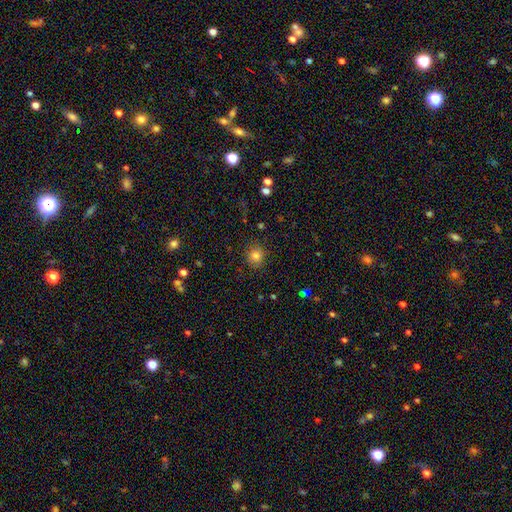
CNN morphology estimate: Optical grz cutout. It shows a smooth galaxy with no disk features (79%) that is round (80%). Merging: none (86%).